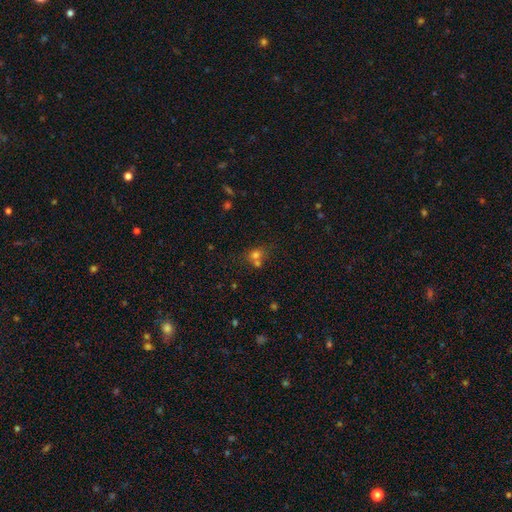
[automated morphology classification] This appears to be a smooth galaxy with no disk features (70%) that is round (71%). Merging: none (46%).